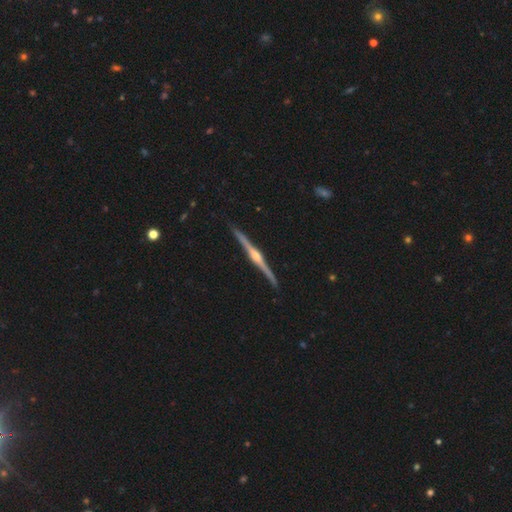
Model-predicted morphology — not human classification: Smooth or featured?
  - featured or disk: 90% *
  - smooth: 6%
  - star or artifact: 4%
Edge-on disk?
  - yes: 99% *
  - no: 1%
Edge-on bulge?
  - rounded: 89% *
  - boxy: 6%
  - none: 5%
Merging?
  - none: 93% *
  - minor disturbance: 5%
  - major disturbance: 1%
  - merger: 1%